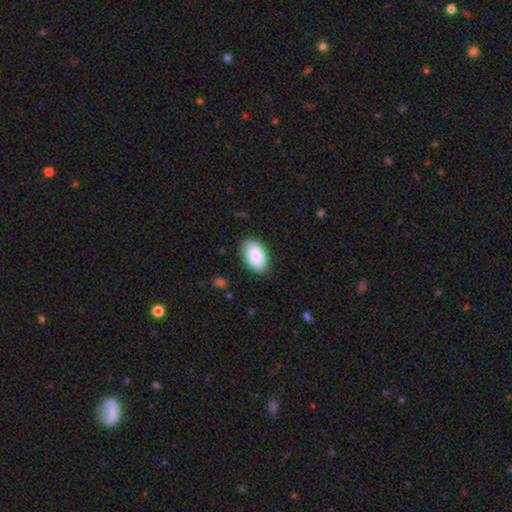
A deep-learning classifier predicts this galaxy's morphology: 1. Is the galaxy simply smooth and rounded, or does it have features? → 86% smooth, 8% featured or disk, 6% star or artifact.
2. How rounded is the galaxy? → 94% in between, 4% round, 1% cigar-shaped.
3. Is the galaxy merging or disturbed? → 86% none, 10% minor disturbance, 2% major disturbance, 1% merger.